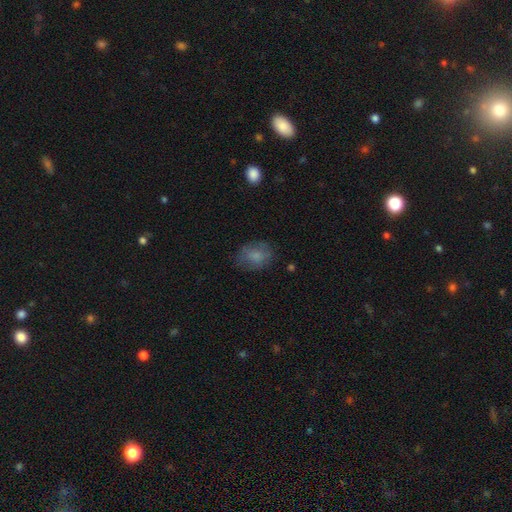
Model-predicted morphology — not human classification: Overall: smooth (77%). How rounded: in between (65%; round 34%). Merging: none (66%).